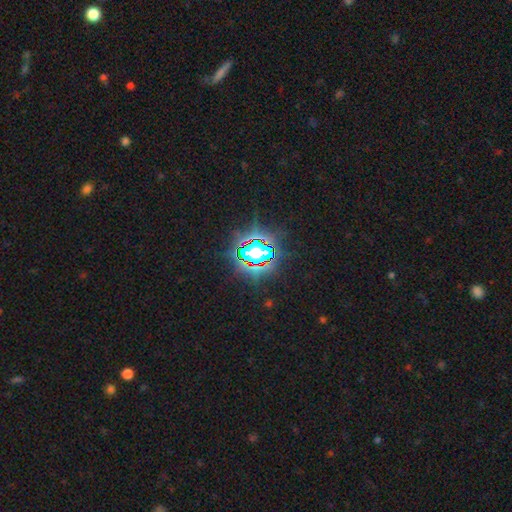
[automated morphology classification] Smooth or featured?
  - star or artifact: 81% *
  - smooth: 10%
  - featured or disk: 8%